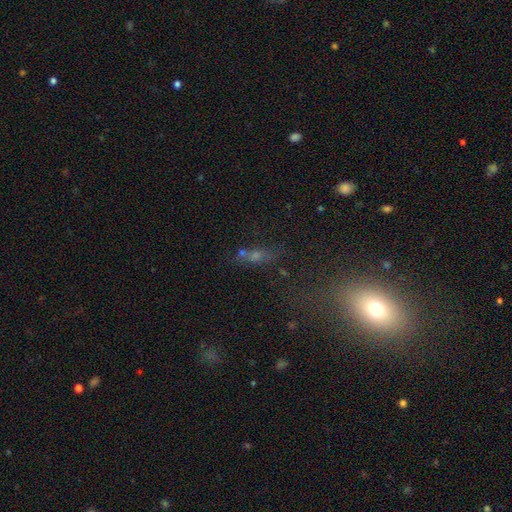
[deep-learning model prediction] Q: Smooth or featured?
A: smooth (44%); runner-up: star or artifact (36%)
Q: Merging?
A: none (49%); runner-up: merger (22%)